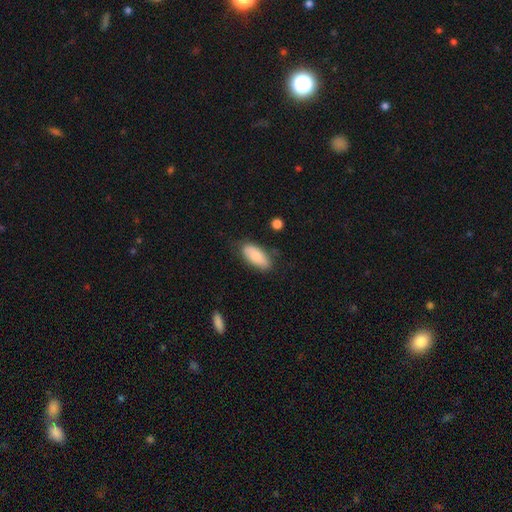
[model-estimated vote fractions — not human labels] Q: Smooth or featured?
A: smooth (78%); runner-up: featured or disk (16%)
Q: How rounded?
A: in between (89%); runner-up: cigar-shaped (8%)
Q: Merging?
A: none (73%); runner-up: minor disturbance (20%)